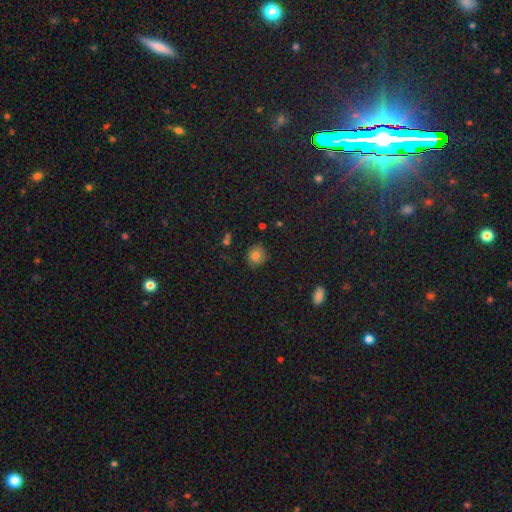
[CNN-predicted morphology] smooth_or_featured: smooth (p=0.78) [alt: star or artifact p=0.13]
how_rounded: round (p=0.85) [alt: in between p=0.14]
merging: none (p=0.81) [alt: minor disturbance p=0.14]